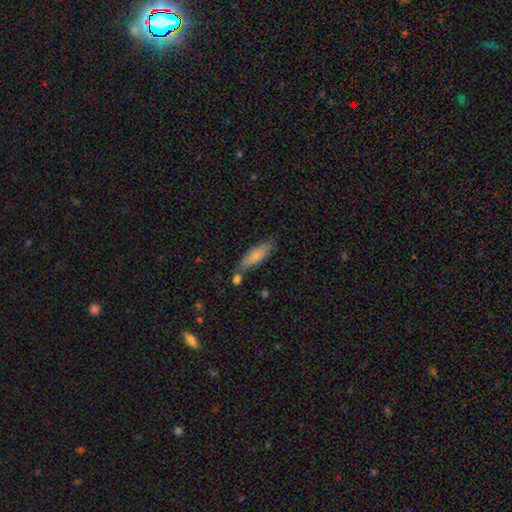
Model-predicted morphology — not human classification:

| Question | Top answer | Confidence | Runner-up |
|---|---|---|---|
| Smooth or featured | smooth | 76% | featured or disk (18%) |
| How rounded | in between | 51% | cigar-shaped (47%) |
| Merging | none | 60% | minor disturbance (20%) |